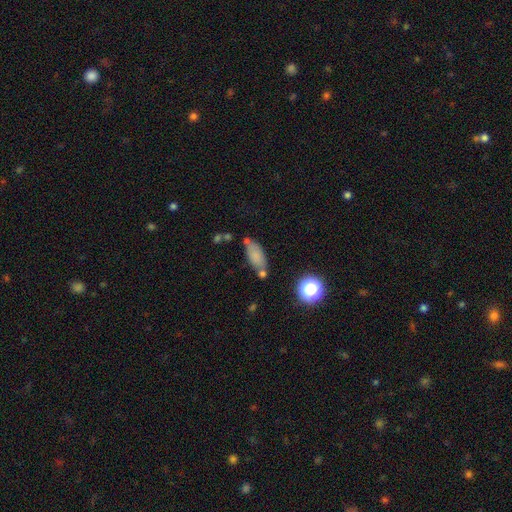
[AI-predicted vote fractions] A smooth galaxy with no disk features (77%) that is in between round and cigar-shaped (81%). Merging: none (58%).